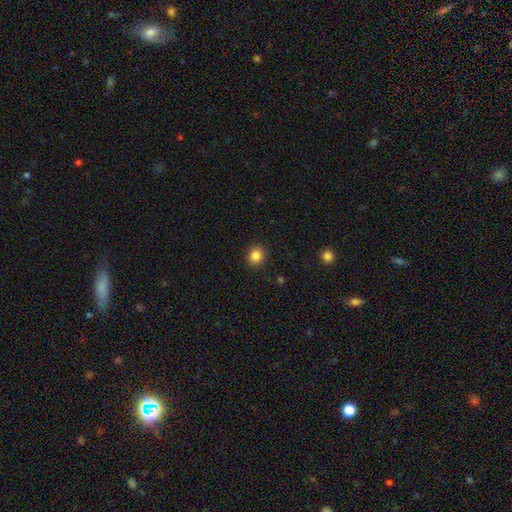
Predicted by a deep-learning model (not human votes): This appears to be a smooth galaxy with no disk features (84%) that is round (87%). Merging: none (91%).